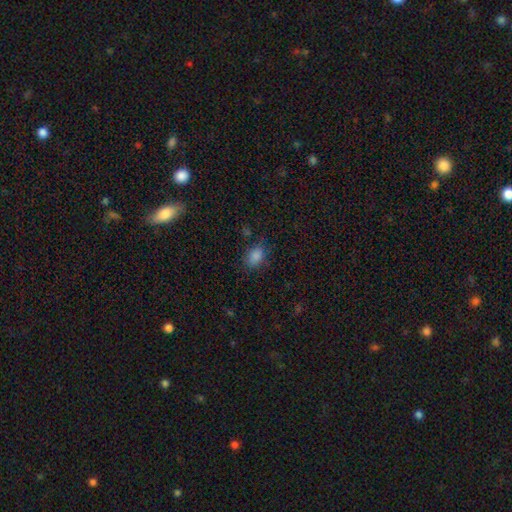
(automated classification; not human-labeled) Q: Smooth or featured?
A: smooth (82%); runner-up: star or artifact (13%)
Q: How rounded?
A: in between (73%); runner-up: round (26%)
Q: Merging?
A: none (77%); runner-up: minor disturbance (17%)